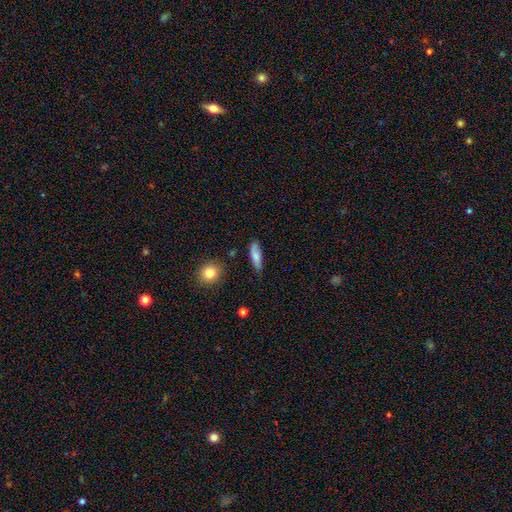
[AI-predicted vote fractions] The model was most divided on "how rounded": cigar-shaped: 57%, in between: 40%, round: 3%. More confident: smooth or featured — smooth (79%); merging — none (72%).